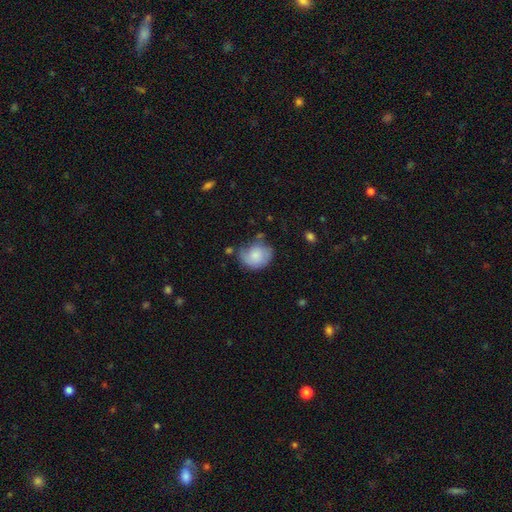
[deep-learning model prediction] smooth 71%, featured or disk 22%, star or artifact 7%. Down the decision tree: how rounded — round (57%); merging — none (52%).